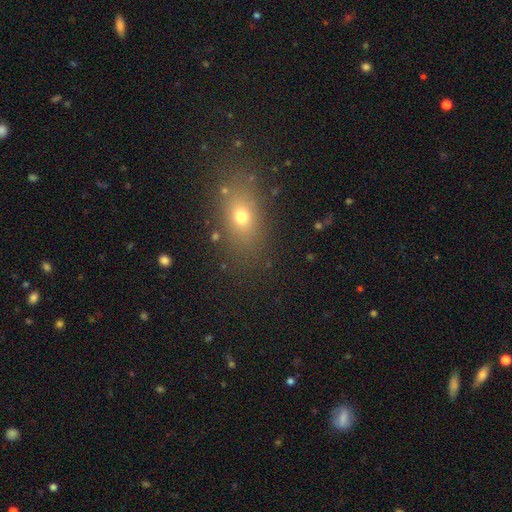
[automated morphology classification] Smooth or featured? Predicted: smooth (p=0.63). How rounded? Predicted: in between (p=0.69). Merging? Predicted: none (p=0.84).